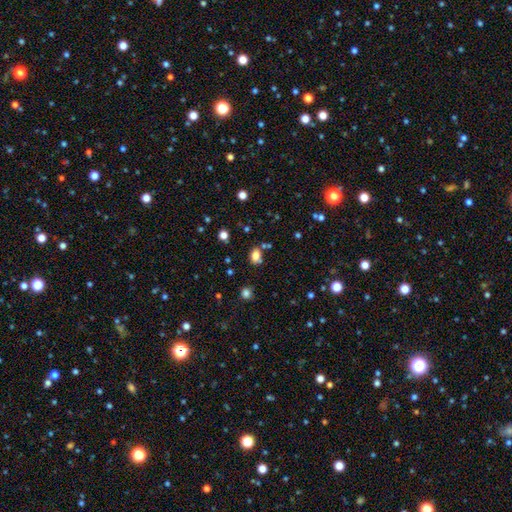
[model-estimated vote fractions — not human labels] Smooth or featured? smooth (79%)
How rounded? in between (71%)
Merging? none (70%)